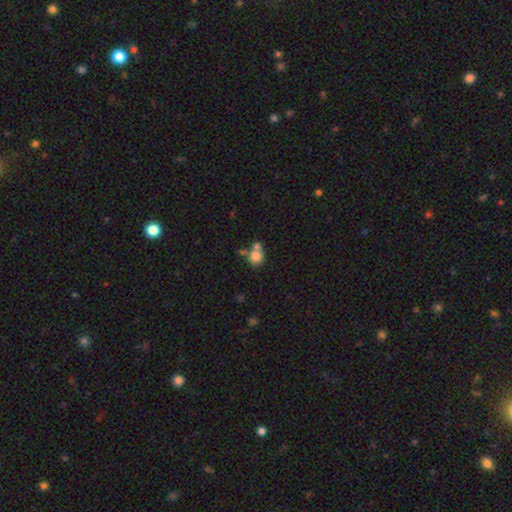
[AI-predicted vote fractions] smooth 78%, star or artifact 11%, featured or disk 11%. Down the decision tree: how rounded — round (74%); merging — merger (45%).